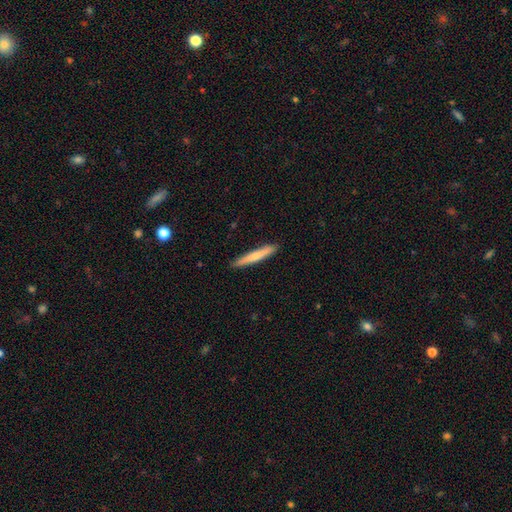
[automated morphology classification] Smooth or featured? Predicted: smooth (p=0.67). How rounded? Predicted: cigar-shaped (p=0.95). Merging? Predicted: none (p=0.90).